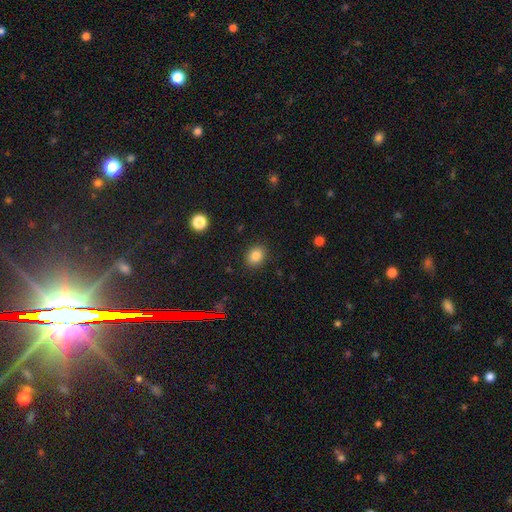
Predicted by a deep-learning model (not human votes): Overall: smooth (84%). How rounded: in between (56%; round 43%). Merging: none (87%).